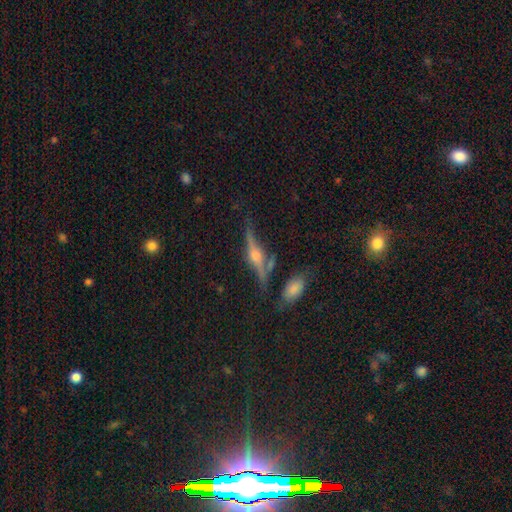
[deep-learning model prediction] Smooth or featured? featured or disk (77%)
Edge-on disk? yes (95%)
Edge-on bulge? rounded (91%)
Merging? none (74%)